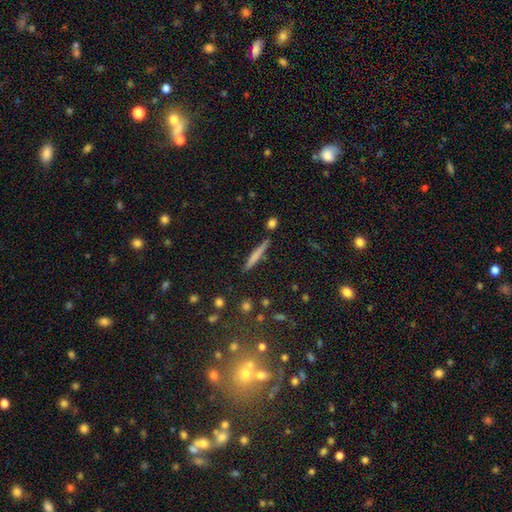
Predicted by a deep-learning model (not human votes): This appears to be a smooth galaxy with no disk features (61%) that is cigar-shaped (95%). Merging: none (85%).